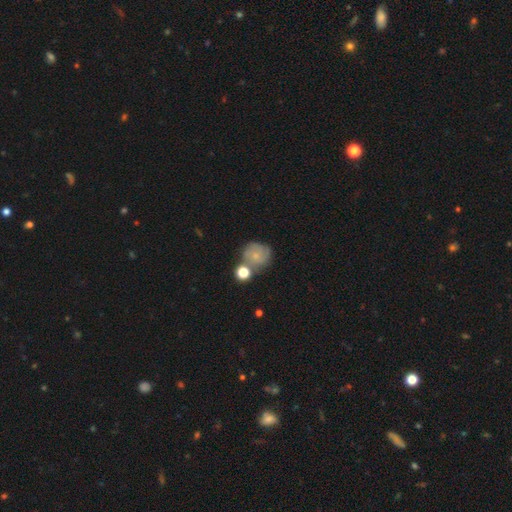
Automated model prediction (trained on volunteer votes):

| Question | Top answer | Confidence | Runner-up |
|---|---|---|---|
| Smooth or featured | smooth | 55% | featured or disk (34%) |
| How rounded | round | 83% | in between (16%) |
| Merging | none | 54% | merger (21%) |